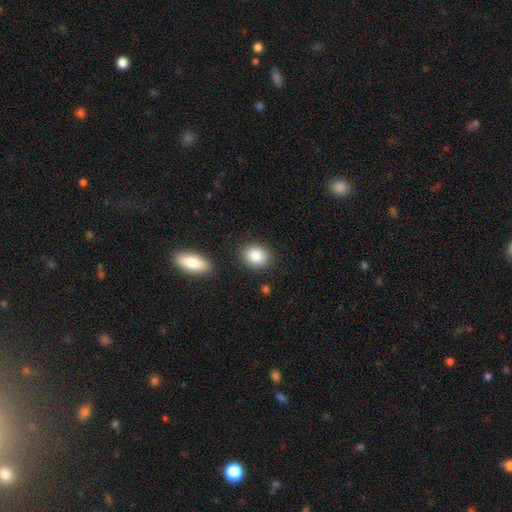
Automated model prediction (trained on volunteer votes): smooth 86%, star or artifact 8%, featured or disk 6%. Down the decision tree: how rounded — round (50%); merging — none (85%).